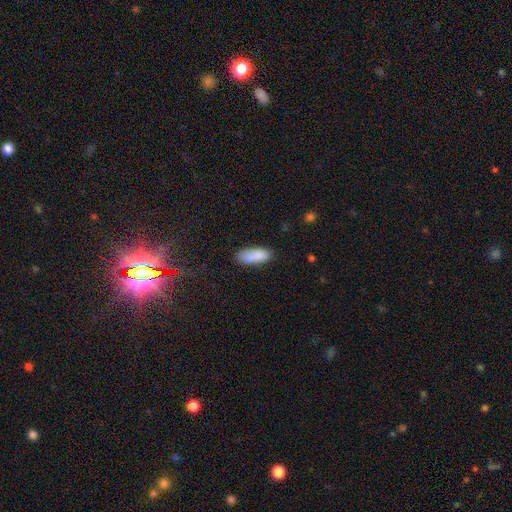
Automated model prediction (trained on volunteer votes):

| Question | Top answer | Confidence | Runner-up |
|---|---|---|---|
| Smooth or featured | smooth | 84% | featured or disk (9%) |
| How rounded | in between | 75% | cigar-shaped (23%) |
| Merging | none | 67% | minor disturbance (22%) |